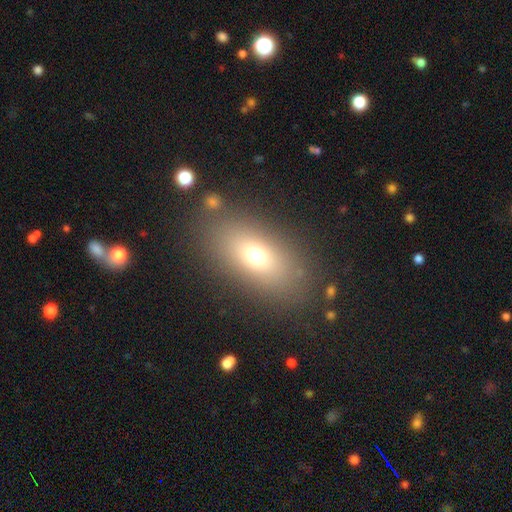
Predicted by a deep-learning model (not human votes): Morphology: type=smooth (68%); roundness=in between (82%); merging=none (84%).